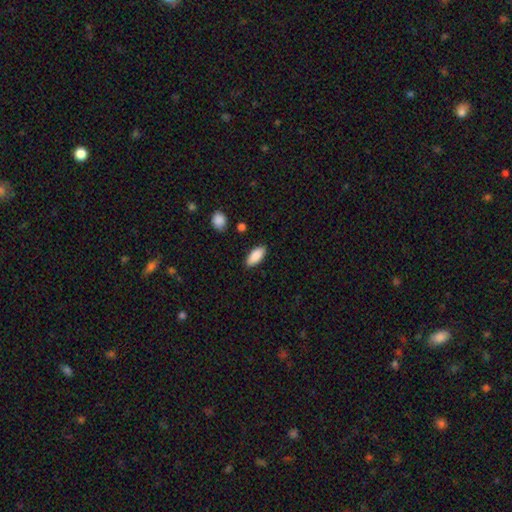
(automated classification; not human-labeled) This appears to be a smooth galaxy with no disk features (88%) that is in between round and cigar-shaped (85%). Merging: none (87%).